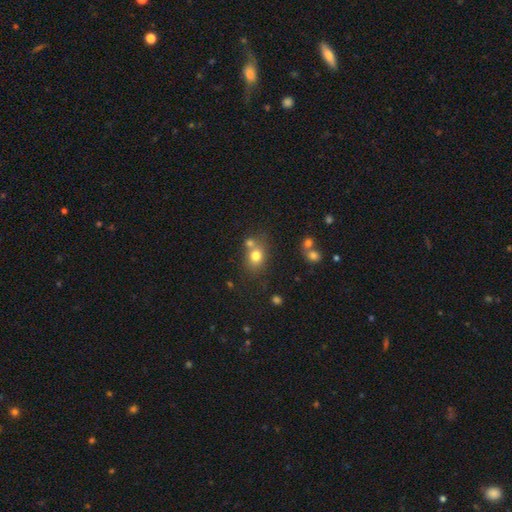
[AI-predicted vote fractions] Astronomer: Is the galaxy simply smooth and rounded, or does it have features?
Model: smooth — 76%.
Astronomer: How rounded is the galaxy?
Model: round — 56% (runner-up: in between, 43%).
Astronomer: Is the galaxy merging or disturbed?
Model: none — 55%.